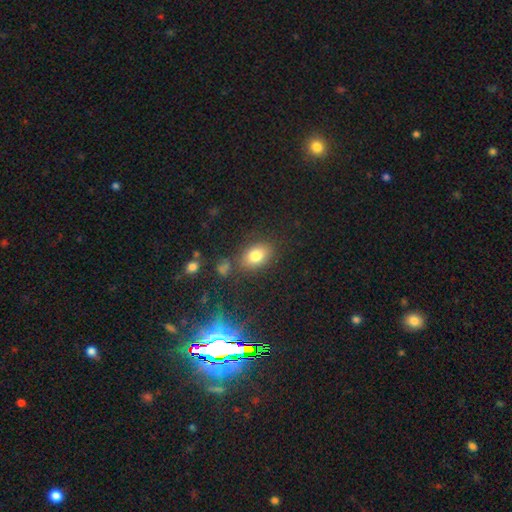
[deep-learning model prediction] Smooth or featured? smooth (79%)
How rounded? in between (76%)
Merging? none (77%)